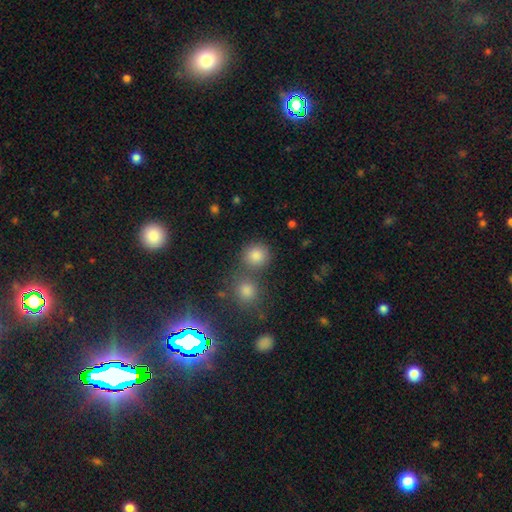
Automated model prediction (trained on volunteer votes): Smooth or featured? Predicted: smooth (p=0.75). How rounded? Predicted: round (p=0.87). Merging? Predicted: none (p=0.65).